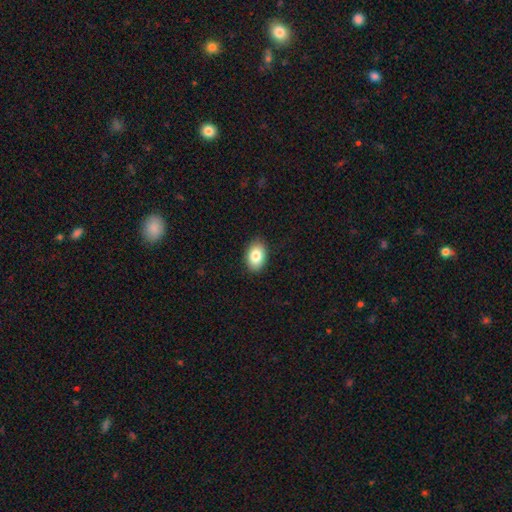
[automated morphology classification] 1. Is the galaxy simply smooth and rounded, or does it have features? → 84% smooth, 8% featured or disk, 8% star or artifact.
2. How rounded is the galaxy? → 88% in between, 11% round, 1% cigar-shaped.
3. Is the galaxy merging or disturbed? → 89% none, 8% minor disturbance, 2% major disturbance, 1% merger.